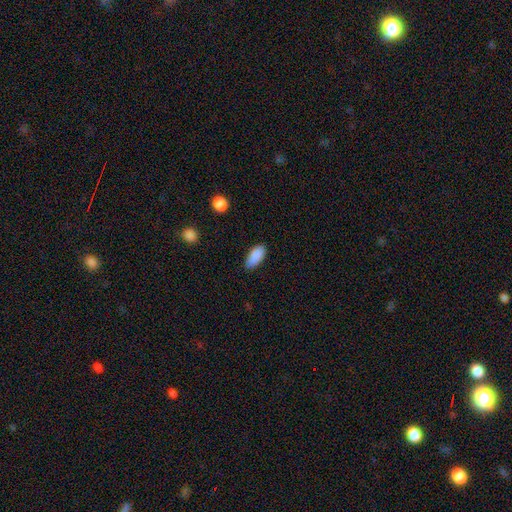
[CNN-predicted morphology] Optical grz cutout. It shows a smooth galaxy with no disk features (89%) that is in between round and cigar-shaped (89%). Merging: none (76%).